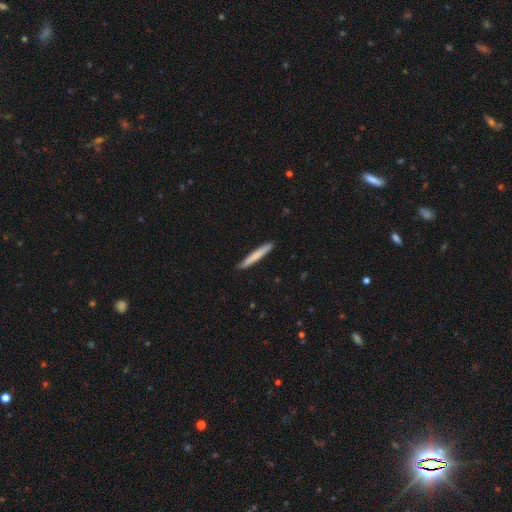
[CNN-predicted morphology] Q: Smooth or featured?
A: smooth (76%); runner-up: featured or disk (19%)
Q: How rounded?
A: cigar-shaped (96%); runner-up: in between (3%)
Q: Merging?
A: none (91%); runner-up: minor disturbance (6%)